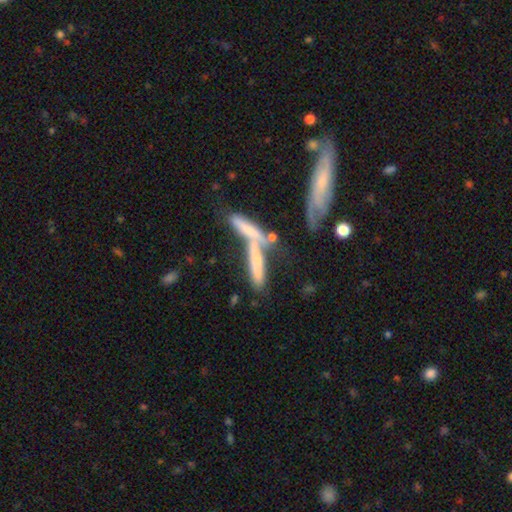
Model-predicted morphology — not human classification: Q: Smooth or featured?
A: featured or disk (45%); runner-up: smooth (43%)
Q: Merging?
A: merger (45%); runner-up: none (34%)